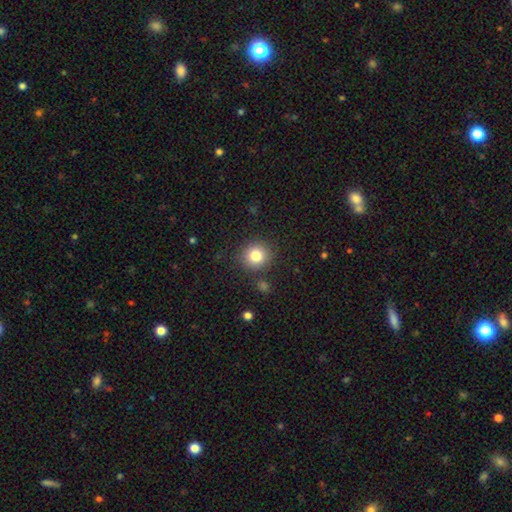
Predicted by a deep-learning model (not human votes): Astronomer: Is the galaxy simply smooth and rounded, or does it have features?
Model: smooth — 81%.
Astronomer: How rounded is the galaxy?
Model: round — 91%.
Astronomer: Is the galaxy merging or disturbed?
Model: none — 86%.